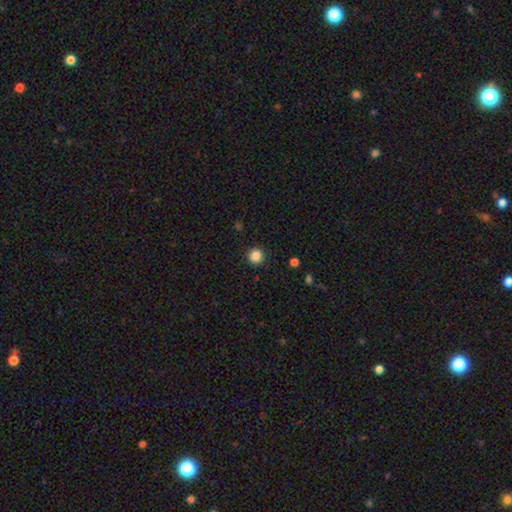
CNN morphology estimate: A smooth galaxy with no disk features (87%) that is round (95%). Merging: none (91%).